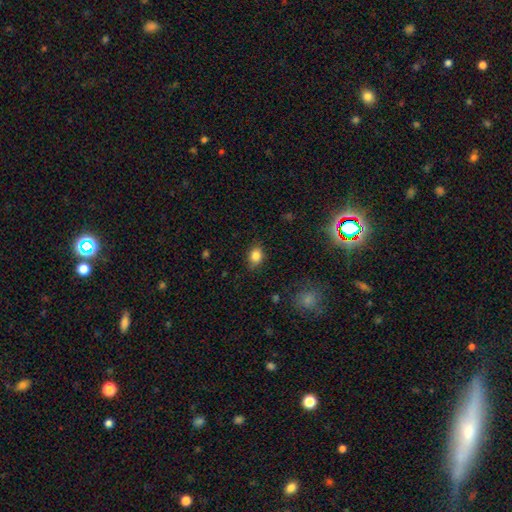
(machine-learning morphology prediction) Smooth or featured: smooth — 85% (star or artifact — 10%)
How rounded: in between — 56% (round — 43%)
Merging: none — 79% (minor disturbance — 17%)